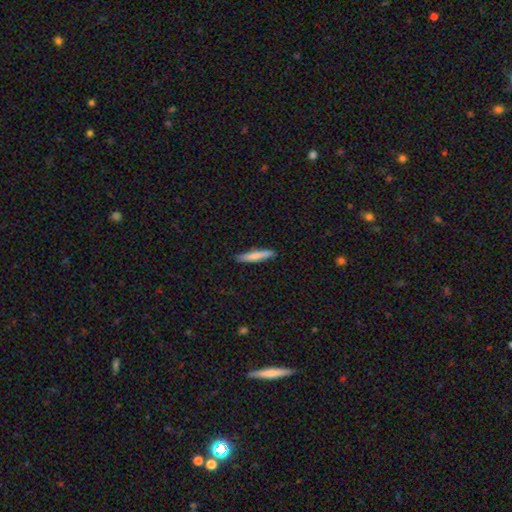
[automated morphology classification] A smooth galaxy with no disk features (77%) that is cigar-shaped (91%).

Vote fractions:
- Smooth or featured? smooth: 77% / featured or disk: 18% / star or artifact: 5%
- How rounded? cigar-shaped: 91% / in between: 8% / round: 1%
- Merging? none: 90% / minor disturbance: 7% / major disturbance: 1% / merger: 1%